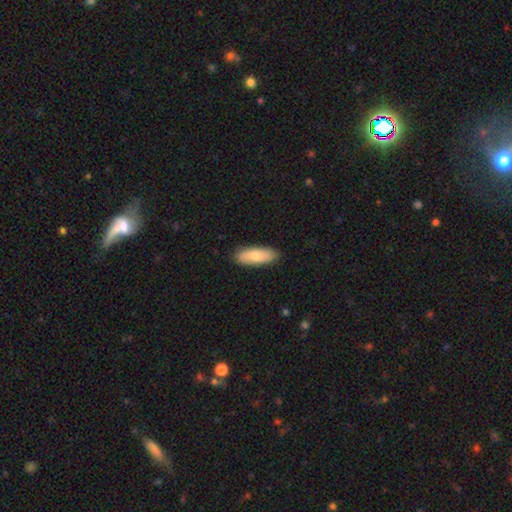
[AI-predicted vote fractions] Smooth or featured? smooth (77%)
How rounded? in between (74%)
Merging? none (87%)